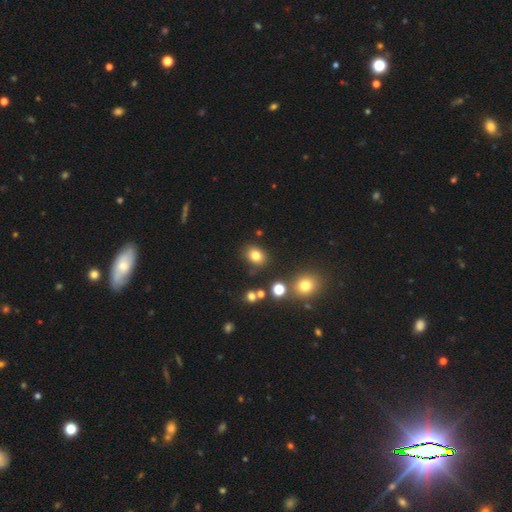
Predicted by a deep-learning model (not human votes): Q: Smooth or featured?
A: smooth (80%); runner-up: star or artifact (13%)
Q: How rounded?
A: in between (55%); runner-up: round (44%)
Q: Merging?
A: none (81%); runner-up: minor disturbance (11%)